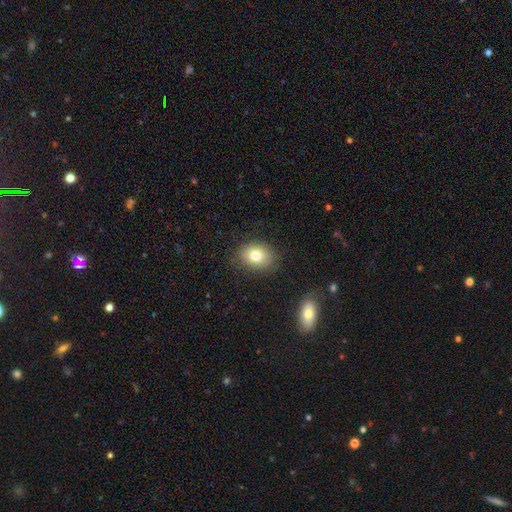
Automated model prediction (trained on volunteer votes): A smooth galaxy with no disk features (79%) that is in between round and cigar-shaped (63%).

Vote fractions:
- Smooth or featured? smooth: 79% / featured or disk: 11% / star or artifact: 9%
- How rounded? in between: 63% / round: 36% / cigar-shaped: 1%
- Merging? none: 83% / minor disturbance: 12% / major disturbance: 3% / merger: 2%